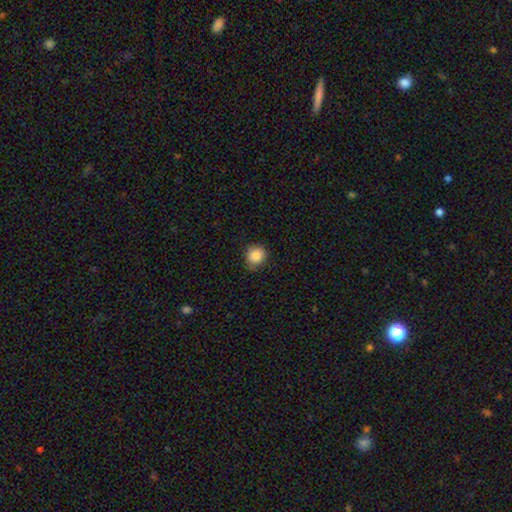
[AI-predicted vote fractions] Smooth or featured: smooth — 87% (star or artifact — 9%)
How rounded: round — 89% (in between — 10%)
Merging: none — 82% (minor disturbance — 14%)